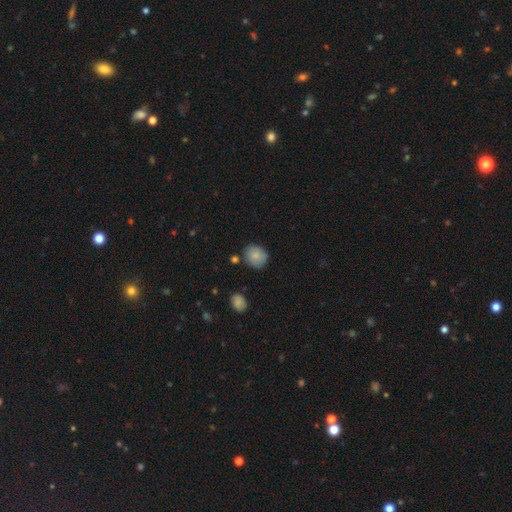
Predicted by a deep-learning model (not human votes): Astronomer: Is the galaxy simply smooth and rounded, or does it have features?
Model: smooth — 84%.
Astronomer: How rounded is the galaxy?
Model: round — 73%.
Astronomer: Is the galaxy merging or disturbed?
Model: none — 78%.